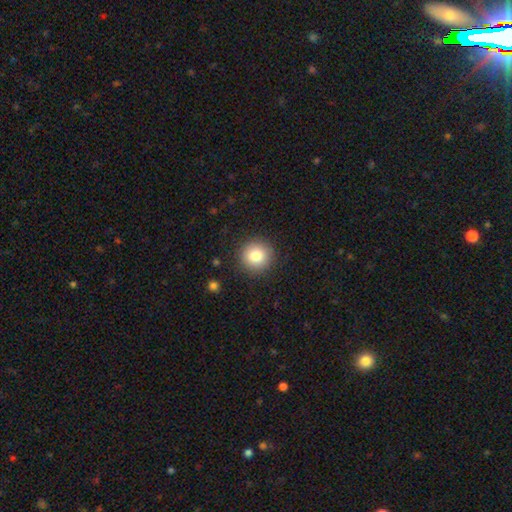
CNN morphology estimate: Smooth or featured? Predicted: smooth (p=0.83). How rounded? Predicted: round (p=0.93). Merging? Predicted: none (p=0.90).